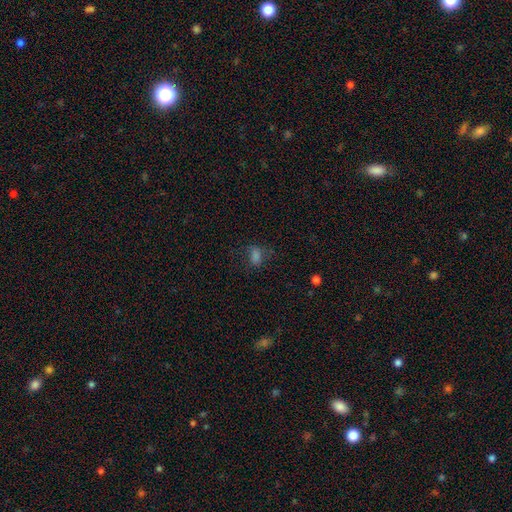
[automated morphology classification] Smooth or featured? Predicted: smooth (p=0.70). How rounded? Predicted: in between (p=0.78). Merging? Predicted: none (p=0.63).